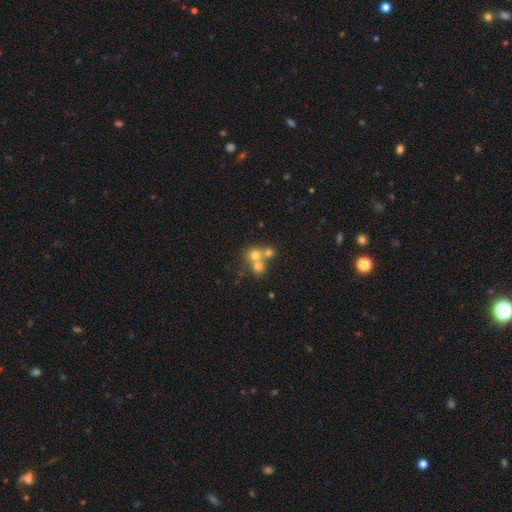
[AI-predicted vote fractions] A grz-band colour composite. It shows a smooth galaxy with no disk features (65%) that is round (83%). Merging: merger (54%).